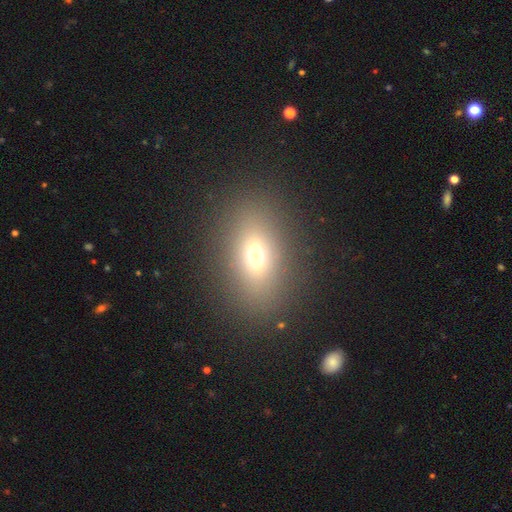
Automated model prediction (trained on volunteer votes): Smooth or featured: smooth — 65% (featured or disk — 18%)
How rounded: in between — 78% (round — 17%)
Merging: none — 86% (minor disturbance — 8%)